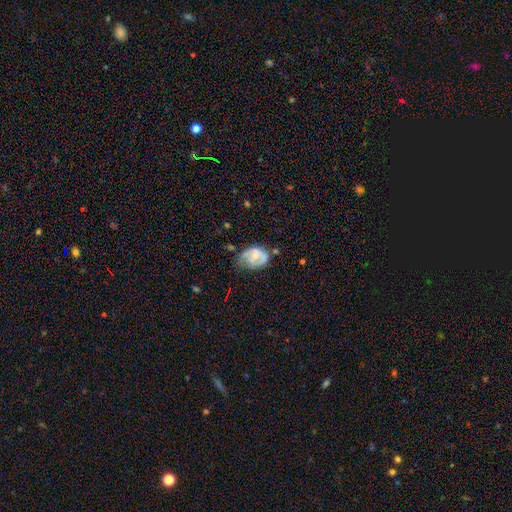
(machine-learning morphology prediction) smooth-or-featured: featured or disk: 54% | smooth: 39% | star or artifact: 7%
  disk-edge-on: no: 97% | yes: 3%
    bar: no: 63% | weak: 30% | strong: 7%
    has-spiral-arms: yes: 59% | no: 41%
    bulge-size: small: 46% | moderate: 44% | none: 6% | large: 3% | dominant: 1%
  merging: minor disturbance: 39% | none: 34% | major disturbance: 22% | merger: 5%